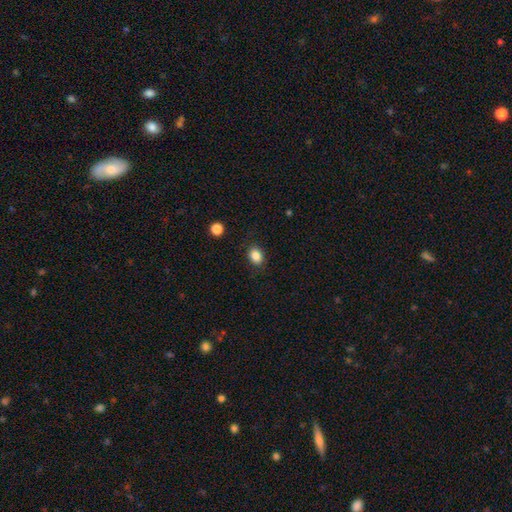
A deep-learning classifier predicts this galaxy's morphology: smooth 86%, star or artifact 10%, featured or disk 4%. Down the decision tree: how rounded — in between (64%); merging — none (86%).